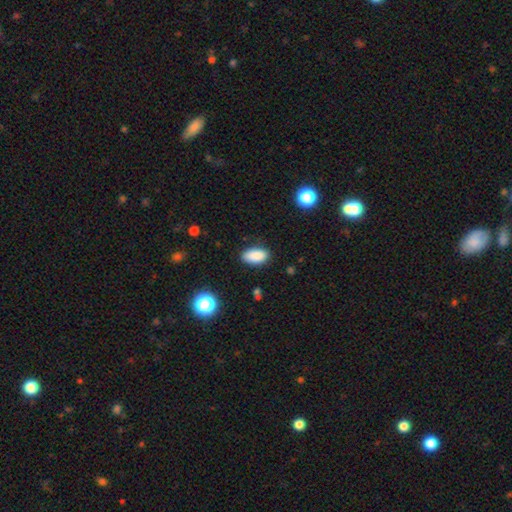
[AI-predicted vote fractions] Smooth or featured?
  - smooth: 88% *
  - star or artifact: 8%
  - featured or disk: 4%
How rounded?
  - in between: 93% *
  - round: 4%
  - cigar-shaped: 3%
Merging?
  - none: 86% *
  - minor disturbance: 11%
  - major disturbance: 2%
  - merger: 1%